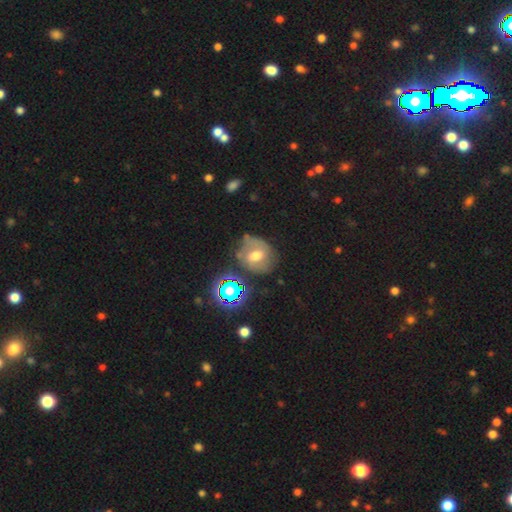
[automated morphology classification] This is possibly a featured or disk galaxy (50%). It is clearly not viewed edge-on (95%). Merging: possibly none (58%).